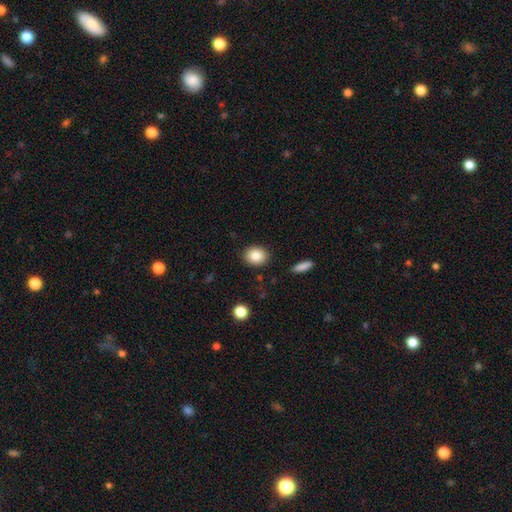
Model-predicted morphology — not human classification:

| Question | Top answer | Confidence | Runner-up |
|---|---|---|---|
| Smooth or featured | smooth | 84% | star or artifact (8%) |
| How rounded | round | 56% | in between (43%) |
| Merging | none | 88% | minor disturbance (8%) |